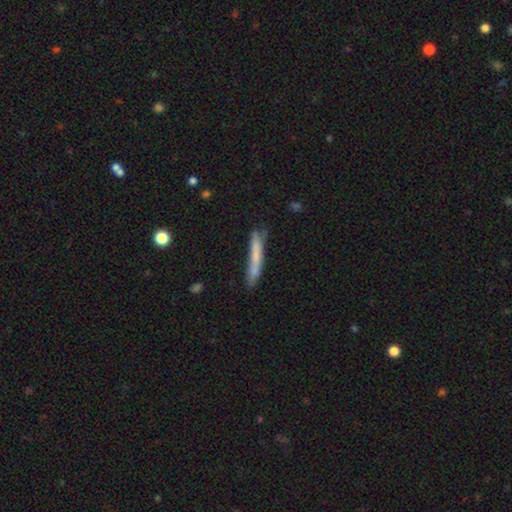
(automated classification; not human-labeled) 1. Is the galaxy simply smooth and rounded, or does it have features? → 67% smooth, 27% featured or disk, 7% star or artifact.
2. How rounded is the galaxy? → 94% cigar-shaped, 4% in between, 1% round.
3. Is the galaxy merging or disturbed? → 65% none, 23% minor disturbance, 7% major disturbance, 5% merger.